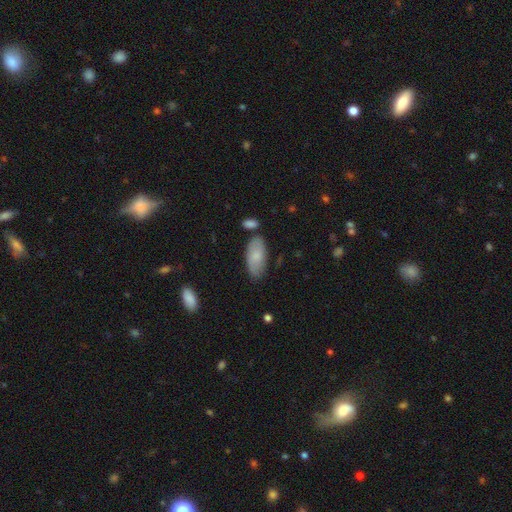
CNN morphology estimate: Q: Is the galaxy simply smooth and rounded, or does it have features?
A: smooth — 79%.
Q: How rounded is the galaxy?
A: in between — 91%.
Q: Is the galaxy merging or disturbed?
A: none — 71%.